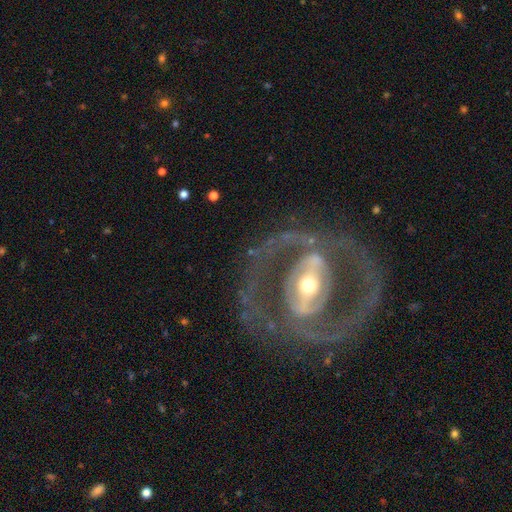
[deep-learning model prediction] smooth-or-featured: featured or disk: 86% | smooth: 9% | star or artifact: 6%
  disk-edge-on: no: 94% | yes: 6%
    bar: strong: 51% | weak: 27% | no: 21%
    has-spiral-arms: yes: 70% | no: 30%
      spiral-winding: medium: 44% | tight: 38% | loose: 18%
      spiral-arm-count: 2: 77% | can't tell: 12% | 1: 4% | 3: 3% | 4: 2% | more than 4: 2%
    bulge-size: moderate: 59% | small: 29% | large: 10% | dominant: 2% | none: 1%
  merging: none: 72% | major disturbance: 14% | minor disturbance: 12% | merger: 2%